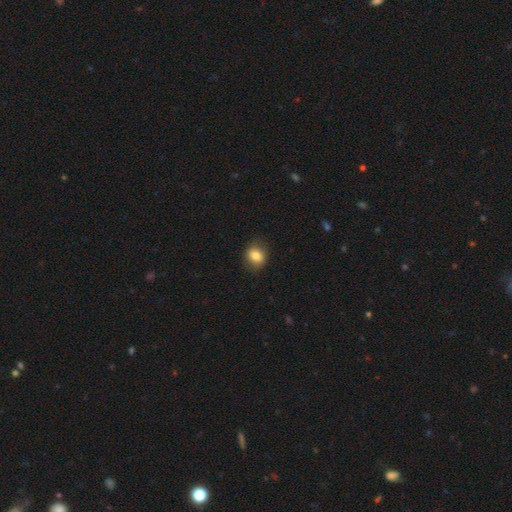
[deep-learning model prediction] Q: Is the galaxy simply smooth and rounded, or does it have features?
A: smooth — 81%.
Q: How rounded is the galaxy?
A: in between — 54%.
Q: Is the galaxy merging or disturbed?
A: none — 79%.